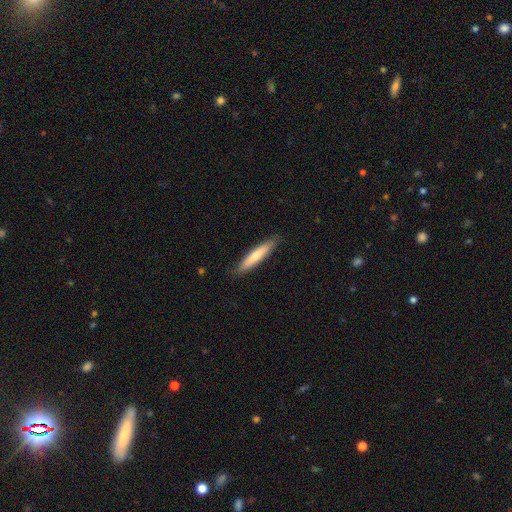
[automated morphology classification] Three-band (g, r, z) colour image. It shows a smooth galaxy with no disk features (70%) that is cigar-shaped (90%). Merging: none (86%).